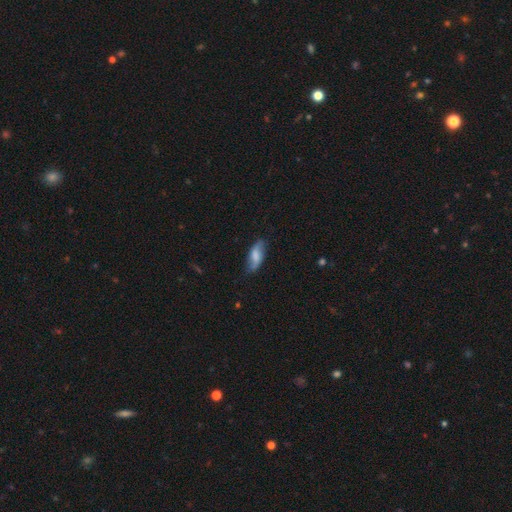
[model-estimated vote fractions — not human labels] smooth_or_featured: smooth (p=0.57) [alt: featured or disk p=0.36]
how_rounded: in between (p=0.77) [alt: cigar-shaped p=0.20]
merging: none (p=0.72) [alt: minor disturbance p=0.22]